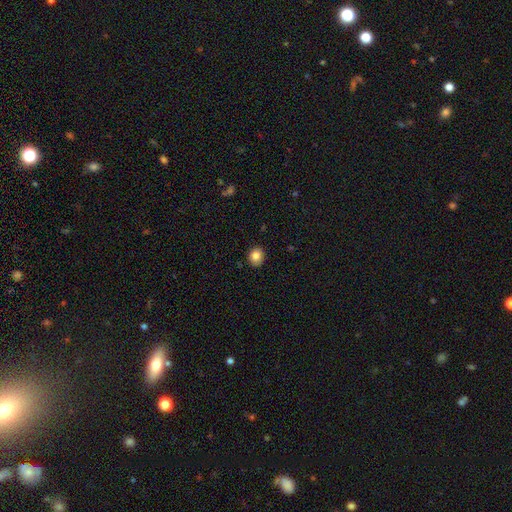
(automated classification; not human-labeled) The model was most divided on "how rounded": round: 71%, in between: 28%, cigar-shaped: 1%. More confident: merging — none (90%); smooth or featured — smooth (83%).